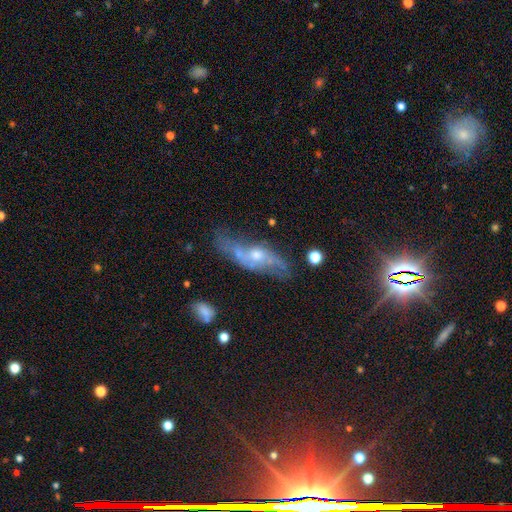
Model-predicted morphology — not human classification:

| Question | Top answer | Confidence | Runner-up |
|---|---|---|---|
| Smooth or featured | featured or disk | 69% | smooth (21%) |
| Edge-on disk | no | 68% | yes (32%) |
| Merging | none | 48% | minor disturbance (26%) |